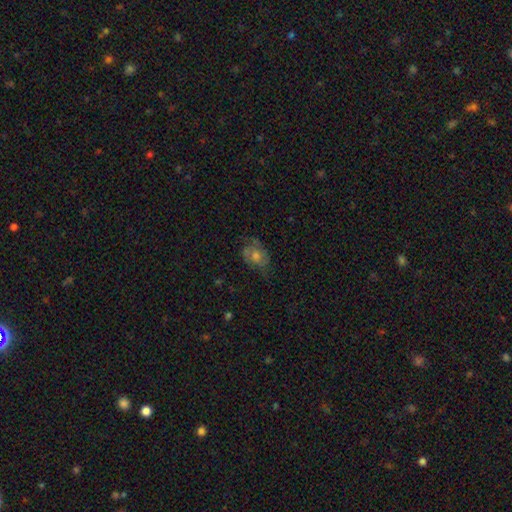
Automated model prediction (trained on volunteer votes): Smooth or featured? featured or disk (47%)
Merging? none (60%)